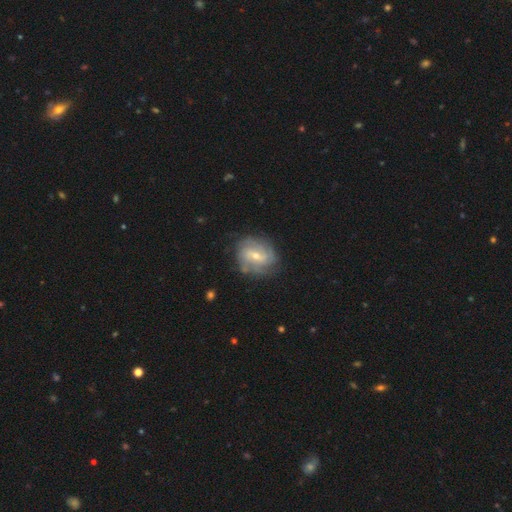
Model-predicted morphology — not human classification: Smooth or featured?
  - featured or disk: 74% *
  - smooth: 20%
  - star or artifact: 7%
Edge-on disk?
  - no: 97% *
  - yes: 3%
Bar?
  - weak: 52% *
  - no: 33%
  - strong: 15%
Spiral arms?
  - yes: 89% *
  - no: 11%
Spiral winding?
  - tight: 53% *
  - medium: 34%
  - loose: 13%
Spiral arm count?
  - can't tell: 40% *
  - 2: 22%
  - 3: 16%
  - 4: 12%
  - more than 4: 5%
  - 1: 4%
Bulge size?
  - small: 51% *
  - moderate: 45%
  - large: 2%
  - none: 1%
  - dominant: 1%
Merging?
  - none: 74% *
  - minor disturbance: 17%
  - major disturbance: 7%
  - merger: 2%